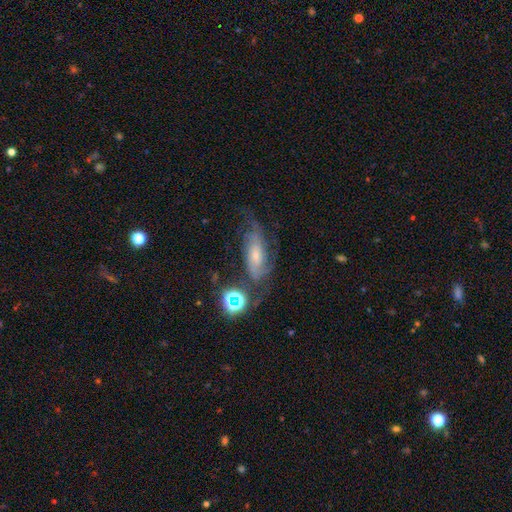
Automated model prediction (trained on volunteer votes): Smooth or featured? featured or disk (66%)
Edge-on disk? no (88%)
Bar? no (65%)
Spiral arms? yes (87%)
Spiral winding? medium (41%)
Spiral arm count? can't tell (42%)
Bulge size? small (61%)
Merging? none (52%)